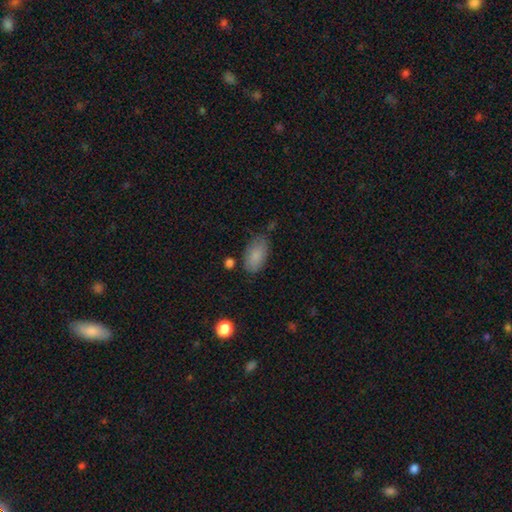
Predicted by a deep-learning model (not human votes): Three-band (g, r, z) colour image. It shows a smooth galaxy with no disk features (85%) that is in between round and cigar-shaped (94%). Merging: none (69%).